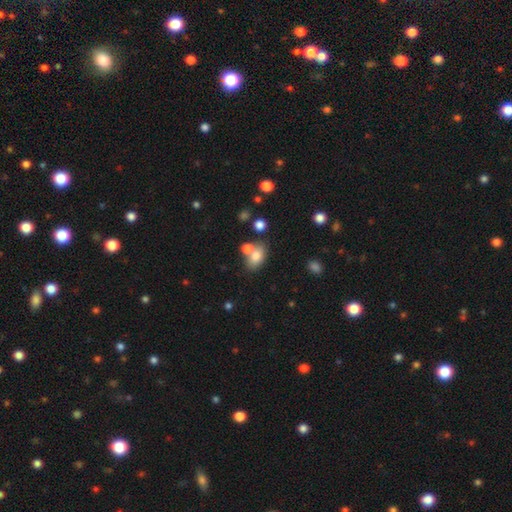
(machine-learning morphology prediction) type=smooth (77%); roundness=in between (85%); merging=none (52%).